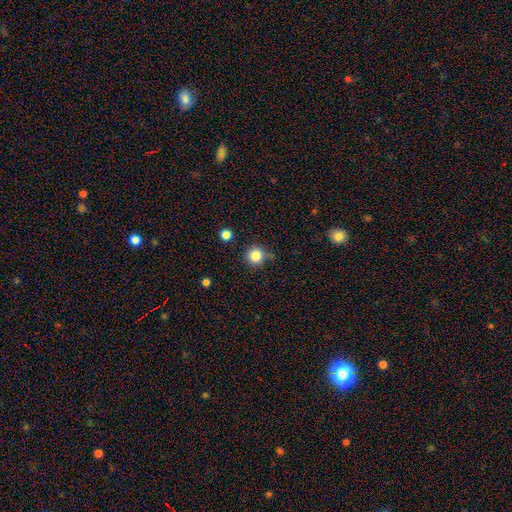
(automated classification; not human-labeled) smooth_or_featured: smooth (p=0.84) [alt: star or artifact p=0.11]
how_rounded: round (p=0.94) [alt: in between p=0.05]
merging: none (p=0.79) [alt: minor disturbance p=0.13]